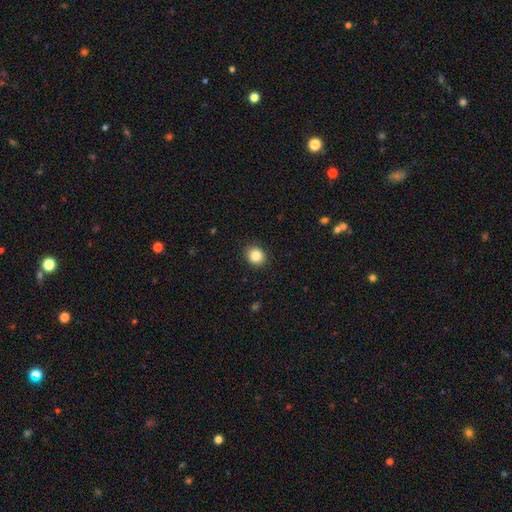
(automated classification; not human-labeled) smooth-or-featured: smooth: 85% | star or artifact: 10% | featured or disk: 5%
  how-rounded: round: 79% | in between: 20% | cigar-shaped: 1%
  merging: none: 90% | minor disturbance: 7% | major disturbance: 2% | merger: 1%